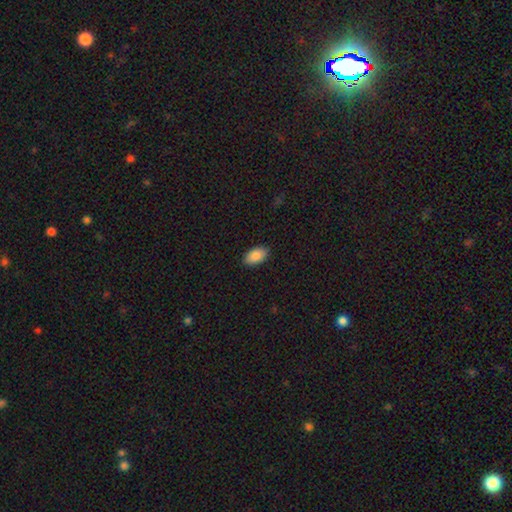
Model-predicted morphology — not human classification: type=smooth (88%); roundness=in between (95%); merging=none (89%).